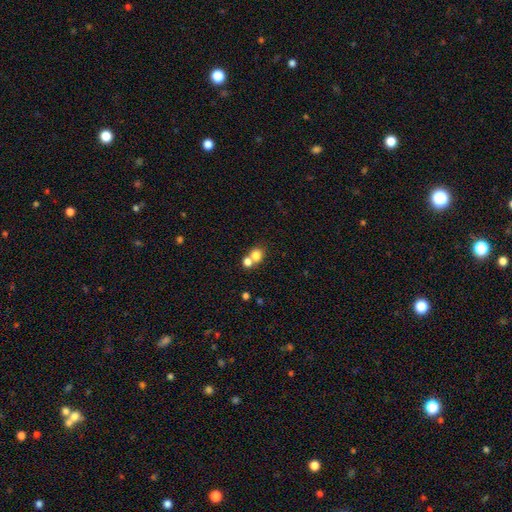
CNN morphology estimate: This is likely a smooth galaxy (78%). How rounded: likely round (78%). Merging: possibly merger (49%).